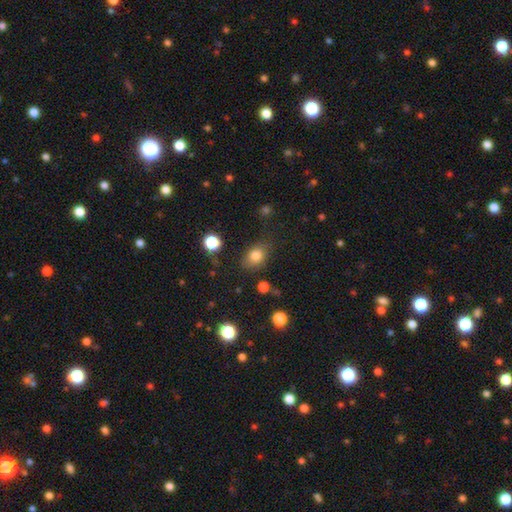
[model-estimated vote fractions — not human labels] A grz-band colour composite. It shows a smooth galaxy with no disk features (81%) that is in between round and cigar-shaped (66%). Merging: none (73%).